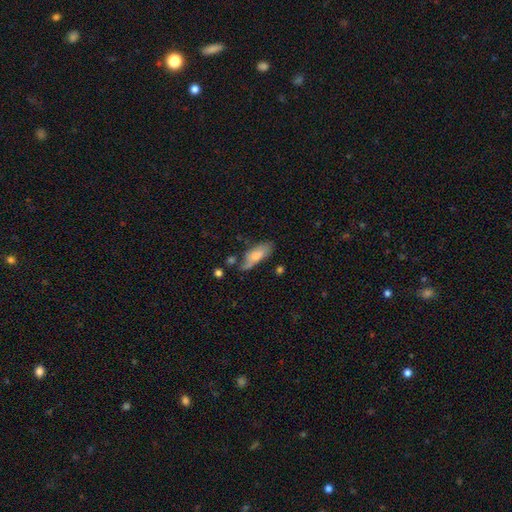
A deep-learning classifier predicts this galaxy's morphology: A smooth galaxy with no disk features (70%) that is in between round and cigar-shaped (72%).

Vote fractions:
- Smooth or featured? smooth: 70% / featured or disk: 23% / star or artifact: 7%
- How rounded? in between: 72% / cigar-shaped: 25% / round: 2%
- Merging? none: 49% / minor disturbance: 31% / major disturbance: 12% / merger: 8%